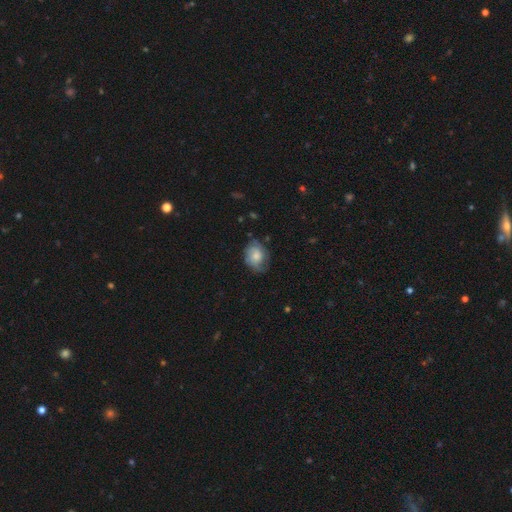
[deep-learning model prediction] Q: Smooth or featured?
A: smooth (60%); runner-up: featured or disk (33%)
Q: How rounded?
A: in between (62%); runner-up: round (37%)
Q: Merging?
A: none (60%); runner-up: minor disturbance (29%)